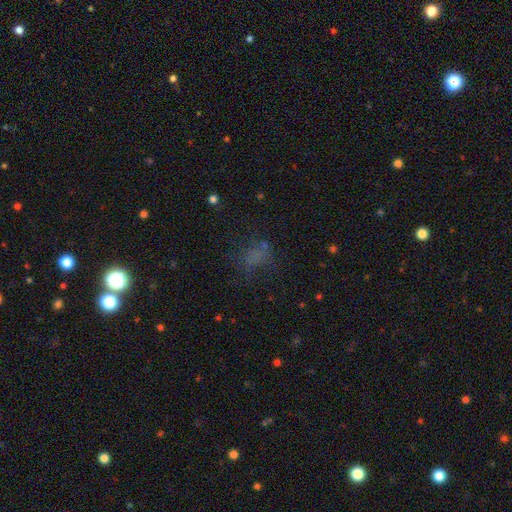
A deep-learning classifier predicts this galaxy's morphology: A smooth galaxy with no disk features (54%) that is in between round and cigar-shaped (72%). Merging: none (51%).